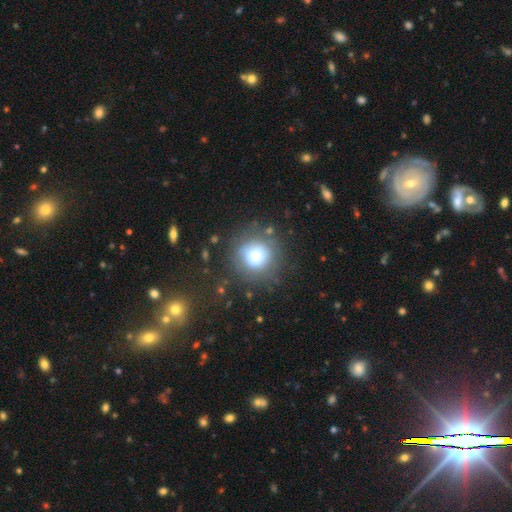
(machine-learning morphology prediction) This appears to be a smooth galaxy with no disk features (71%) that is round (93%). Merging: none (75%).